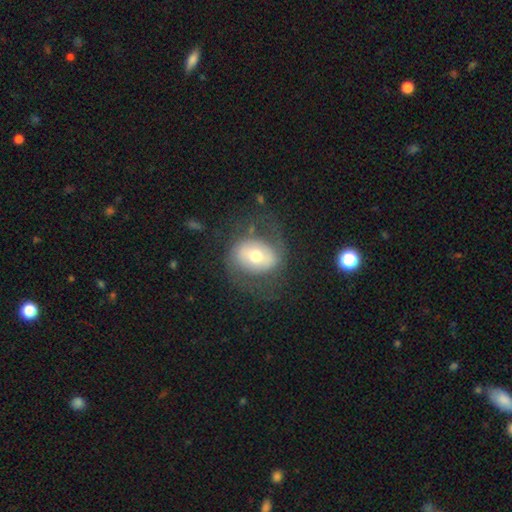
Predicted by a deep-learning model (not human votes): Morphology: type=featured or disk (51%); edge-on=no (95%); merging=none (65%).